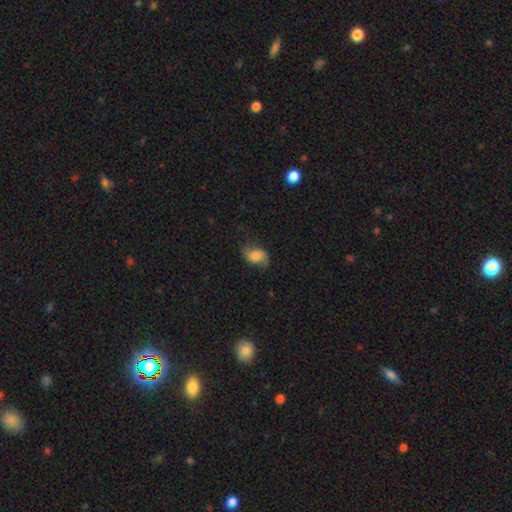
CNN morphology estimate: Smooth or featured?
  - smooth: 62% *
  - featured or disk: 29%
  - star or artifact: 9%
How rounded?
  - in between: 83% *
  - round: 15%
  - cigar-shaped: 2%
Merging?
  - none: 64% *
  - minor disturbance: 25%
  - major disturbance: 10%
  - merger: 1%